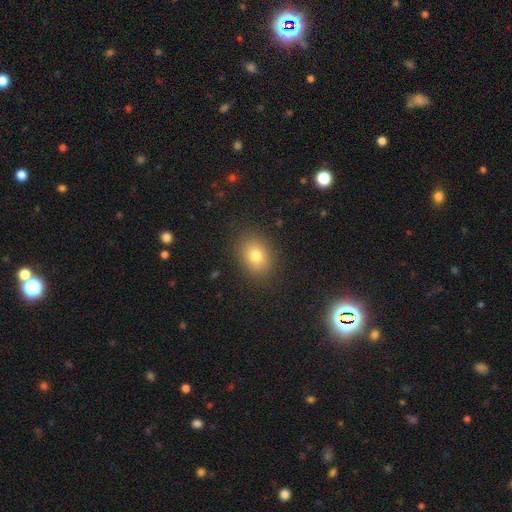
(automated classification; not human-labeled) This appears to be a smooth galaxy with no disk features (78%) that is in between round and cigar-shaped (58%). Merging: none (87%).